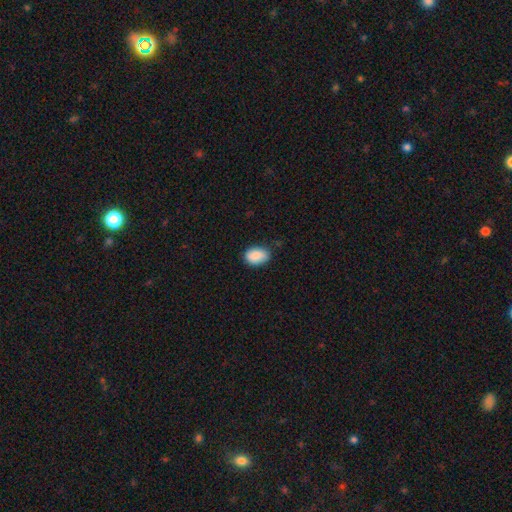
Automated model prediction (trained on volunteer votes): smooth 86%, featured or disk 7%, star or artifact 7%. Down the decision tree: how rounded — in between (81%); merging — none (76%).